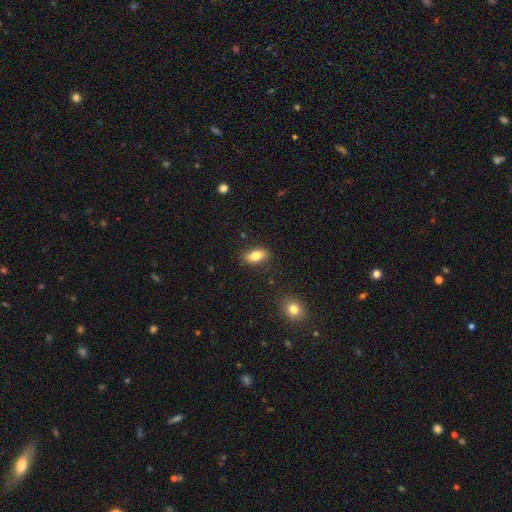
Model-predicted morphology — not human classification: Smooth or featured? smooth (80%)
How rounded? in between (88%)
Merging? none (85%)